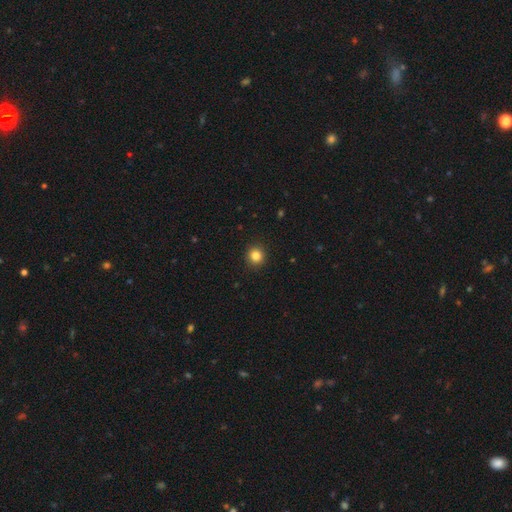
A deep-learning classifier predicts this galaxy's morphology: Q: Smooth or featured?
A: smooth (83%); runner-up: star or artifact (12%)
Q: How rounded?
A: round (93%); runner-up: in between (6%)
Q: Merging?
A: none (92%); runner-up: minor disturbance (5%)